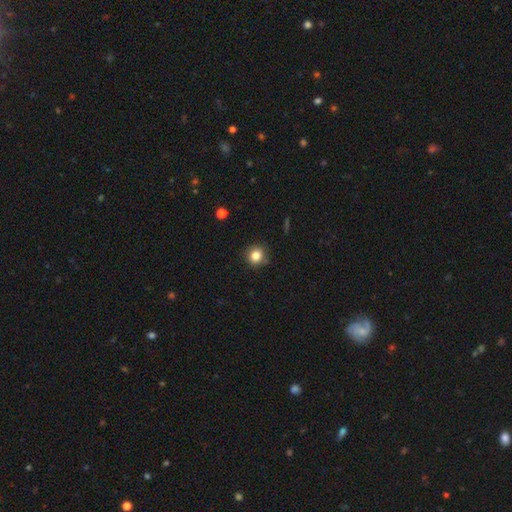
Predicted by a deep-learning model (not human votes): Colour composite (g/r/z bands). It shows a smooth galaxy with no disk features (83%) that is round (87%). Merging: none (86%).